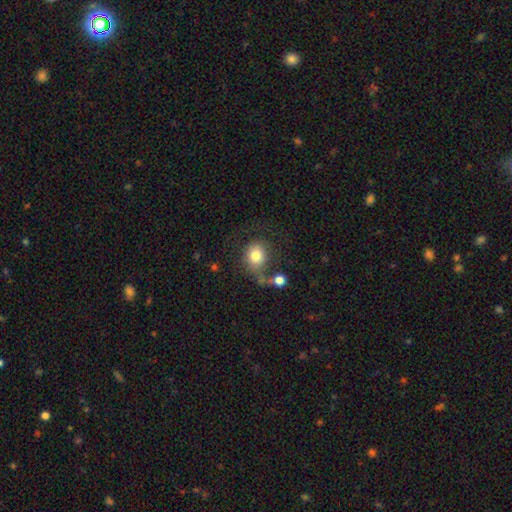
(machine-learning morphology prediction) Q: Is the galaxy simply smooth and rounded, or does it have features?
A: smooth — 78%.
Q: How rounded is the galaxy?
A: round — 77%.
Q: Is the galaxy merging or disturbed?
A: none — 45%.